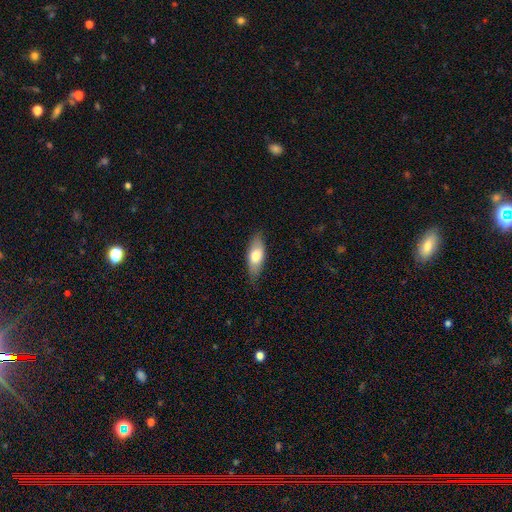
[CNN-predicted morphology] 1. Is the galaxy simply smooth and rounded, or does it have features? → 71% smooth, 23% featured or disk, 6% star or artifact.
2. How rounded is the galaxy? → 76% in between, 22% cigar-shaped, 3% round.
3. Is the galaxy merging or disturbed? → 80% none, 16% minor disturbance, 3% major disturbance, 1% merger.